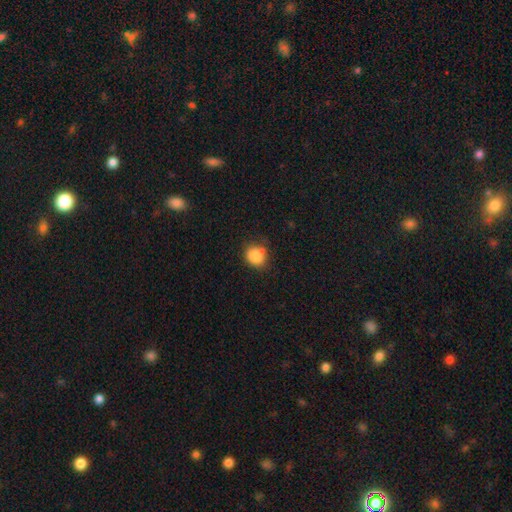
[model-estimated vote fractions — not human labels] This is clearly a smooth galaxy (84%). How rounded: likely round (69%). Merging: likely none (64%).